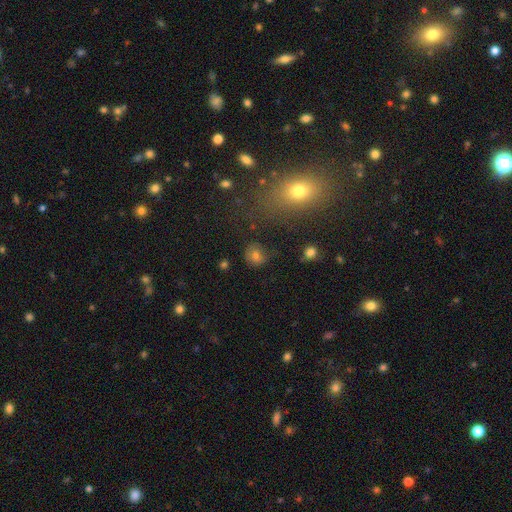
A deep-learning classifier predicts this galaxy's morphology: This is likely a smooth galaxy (73%). How rounded: clearly round (83%). Merging: likely none (76%).